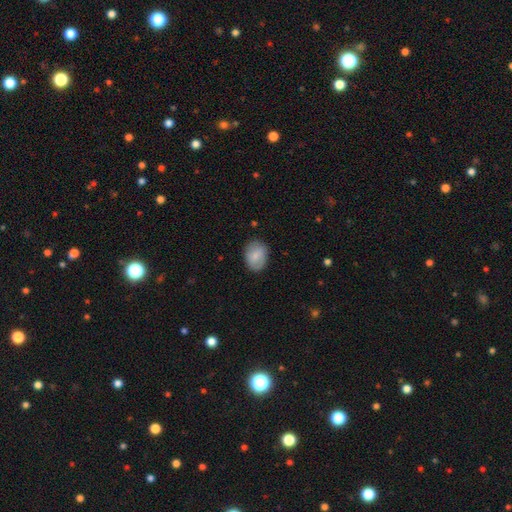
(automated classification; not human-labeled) smooth-or-featured: smooth: 80% | featured or disk: 14% | star or artifact: 7%
  how-rounded: in between: 69% | round: 30% | cigar-shaped: 1%
  merging: none: 79% | minor disturbance: 16% | major disturbance: 4% | merger: 1%